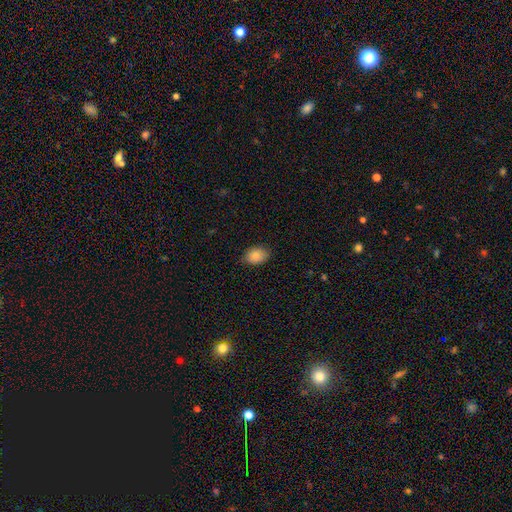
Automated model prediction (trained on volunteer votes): Overall: smooth (87%). How rounded: in between (75%). Merging: none (81%).